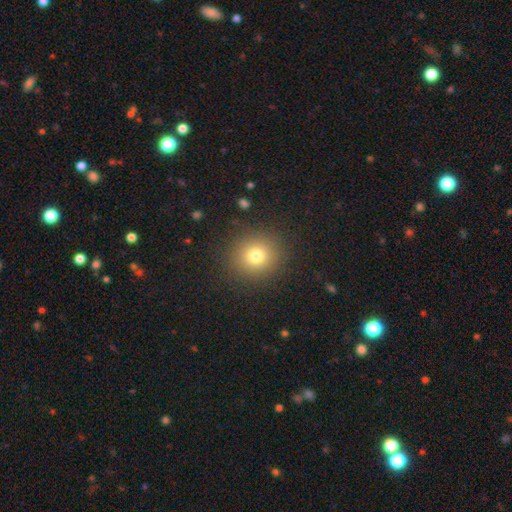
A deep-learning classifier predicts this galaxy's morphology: Smooth or featured? smooth (76%)
How rounded? round (89%)
Merging? none (89%)